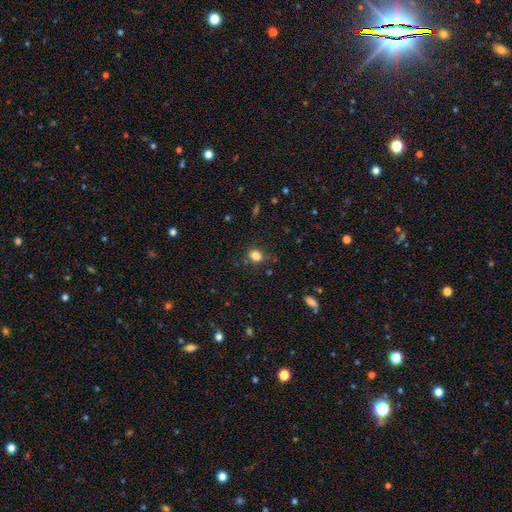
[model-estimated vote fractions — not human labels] Smooth or featured? Predicted: smooth (p=0.82). How rounded? Predicted: round (p=0.66). Merging? Predicted: none (p=0.81).